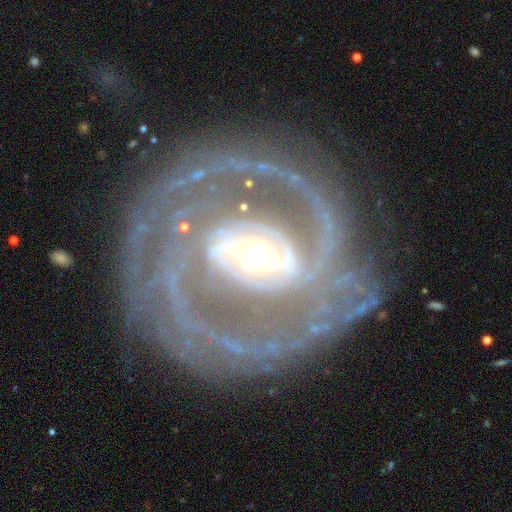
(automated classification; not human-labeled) This appears to be a featured or disk galaxy (92%) with a strong bar (42%), 2 (67%) tight (52%) spiral arms (97%) and a moderate central bulge (60%). Merging: none (78%).